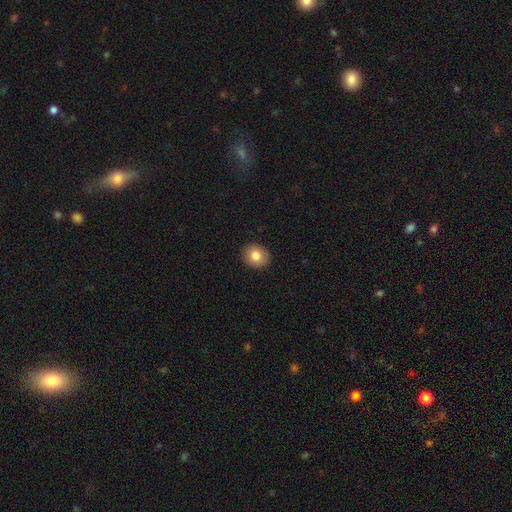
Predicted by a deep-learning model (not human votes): smooth_or_featured: smooth (p=0.83) [alt: star or artifact p=0.09]
how_rounded: round (p=0.67) [alt: in between p=0.32]
merging: none (p=0.91) [alt: minor disturbance p=0.06]